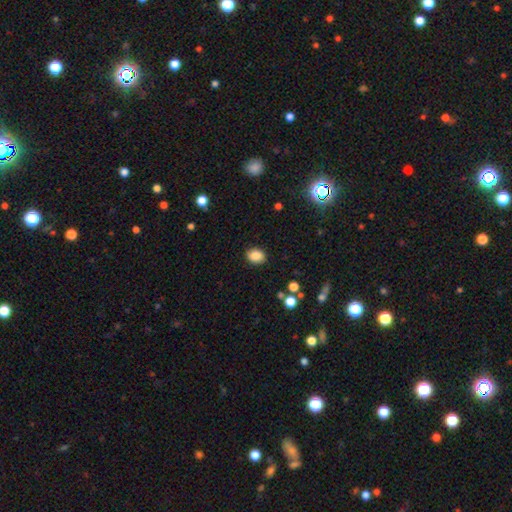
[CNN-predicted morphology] Smooth or featured? Predicted: smooth (p=0.87). How rounded? Predicted: in between (p=0.54). Merging? Predicted: none (p=0.89).